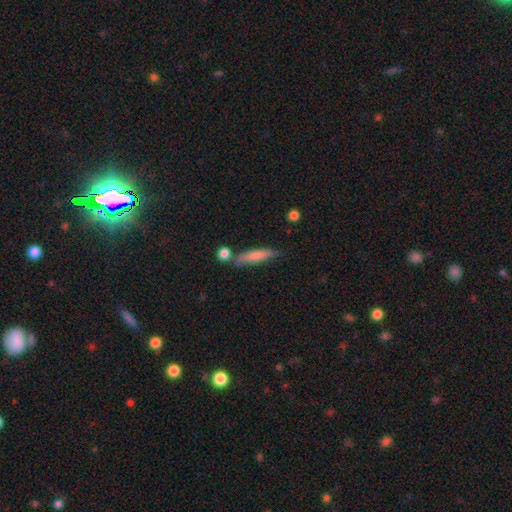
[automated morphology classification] This is likely a smooth galaxy (68%). How rounded: clearly cigar-shaped (84%). Merging: likely none (69%).